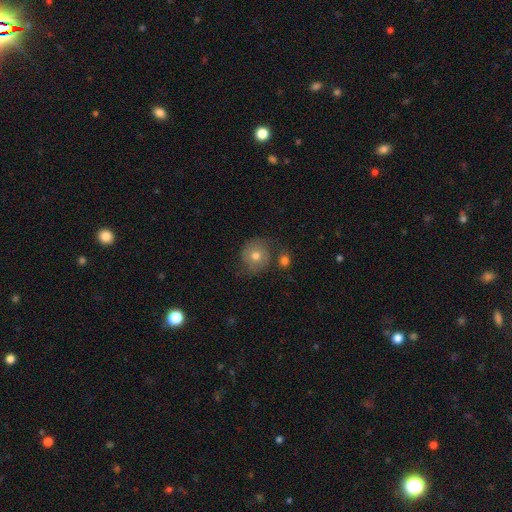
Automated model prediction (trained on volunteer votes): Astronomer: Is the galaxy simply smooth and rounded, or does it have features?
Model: smooth — 64%.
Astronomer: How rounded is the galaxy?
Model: round — 86%.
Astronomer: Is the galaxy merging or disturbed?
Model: none — 64%.